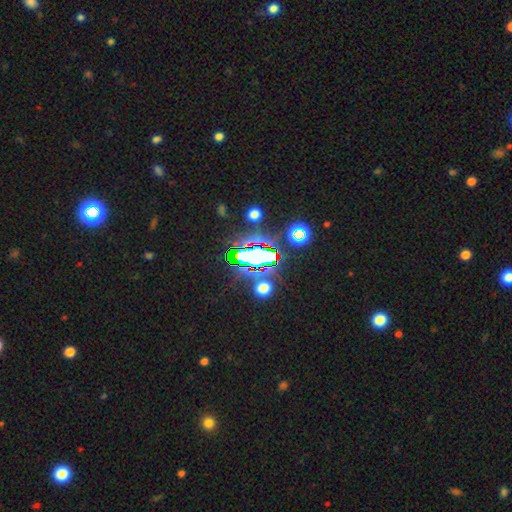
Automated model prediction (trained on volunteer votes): Smooth or featured?
  - star or artifact: 67% *
  - smooth: 20%
  - featured or disk: 13%